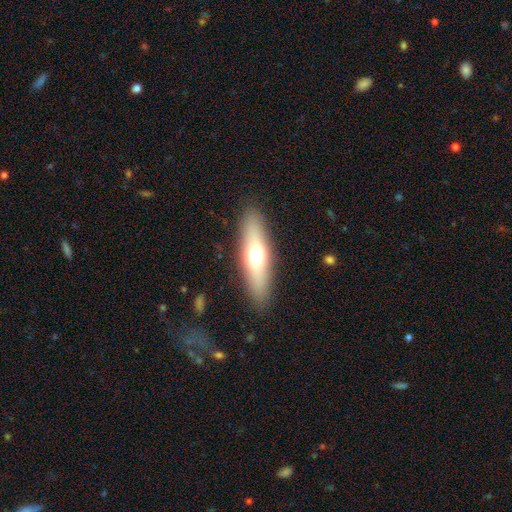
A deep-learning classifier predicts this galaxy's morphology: smooth 60%, featured or disk 34%, star or artifact 7%. Down the decision tree: how rounded — cigar-shaped (60%); merging — none (89%).